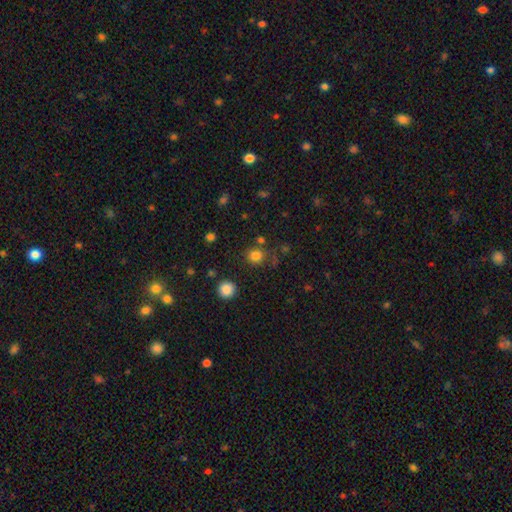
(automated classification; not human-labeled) This appears to be a smooth galaxy with no disk features (80%) that is round (84%). Merging: none (77%).